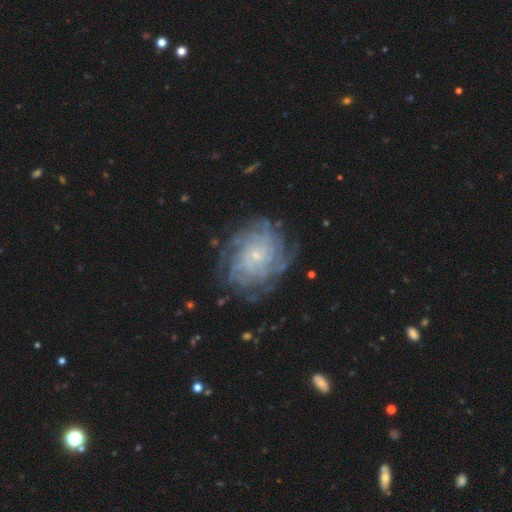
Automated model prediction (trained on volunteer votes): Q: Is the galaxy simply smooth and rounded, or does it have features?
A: featured or disk — 81%.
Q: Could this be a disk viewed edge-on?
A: no — 97%.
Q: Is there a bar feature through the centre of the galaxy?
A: no — 80%.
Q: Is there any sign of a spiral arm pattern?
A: yes — 92%.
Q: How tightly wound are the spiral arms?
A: tight — 69%.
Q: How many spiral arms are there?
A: can't tell — 38%.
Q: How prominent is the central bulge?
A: small — 84%.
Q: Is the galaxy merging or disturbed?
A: none — 74%.